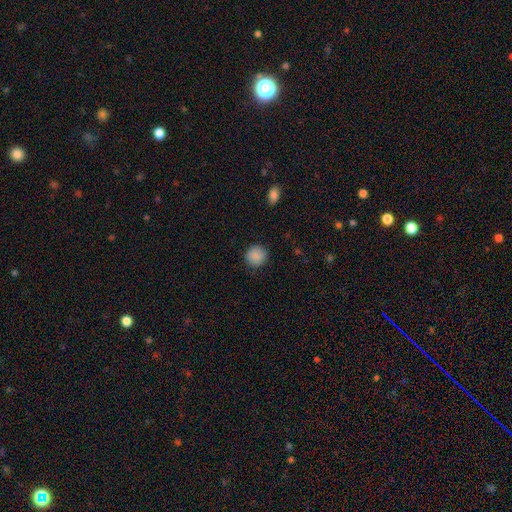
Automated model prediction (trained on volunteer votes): Overall: smooth (88%). How rounded: round (91%). Merging: none (87%).